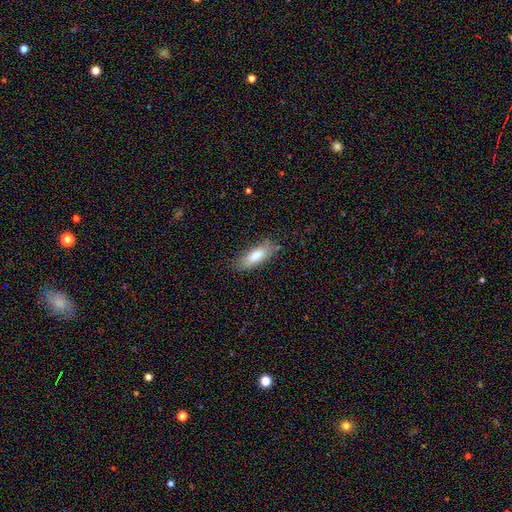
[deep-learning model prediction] Overall: smooth (79%). How rounded: in between (66%; cigar-shaped 32%). Merging: none (78%).